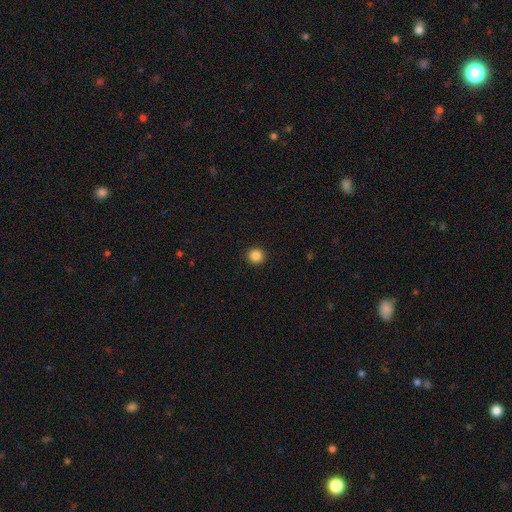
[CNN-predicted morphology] Smooth or featured? Predicted: smooth (p=0.86). How rounded? Predicted: round (p=0.92). Merging? Predicted: none (p=0.93).